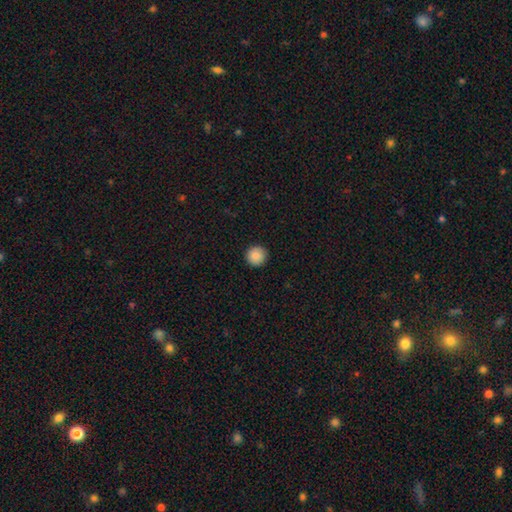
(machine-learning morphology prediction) A smooth galaxy with no disk features (88%) that is round (95%). Merging: none (92%).